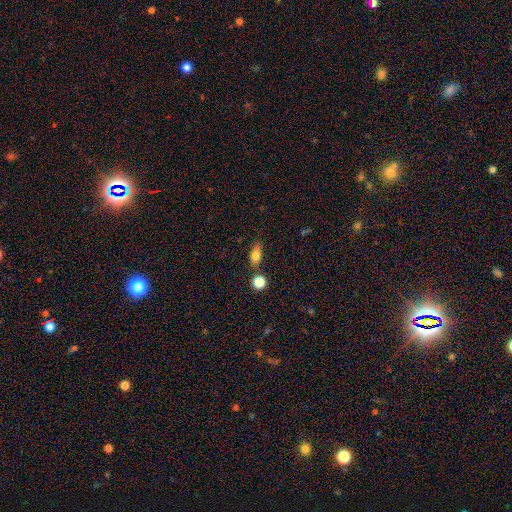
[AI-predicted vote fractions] Morphology: type=smooth (76%); roundness=in between (72%); merging=none (66%).